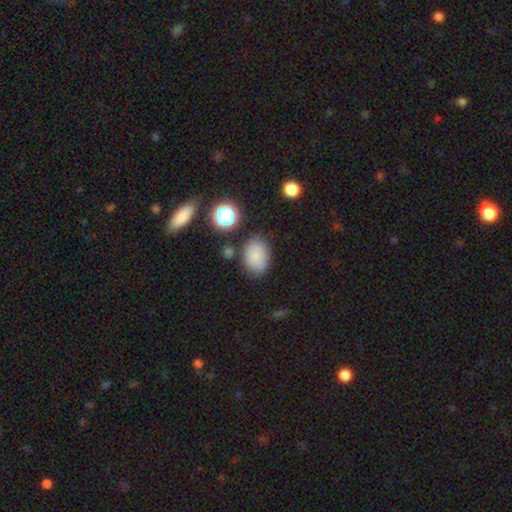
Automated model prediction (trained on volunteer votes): smooth-or-featured: smooth: 81% | star or artifact: 12% | featured or disk: 8%
  how-rounded: in between: 79% | round: 20% | cigar-shaped: 1%
  merging: none: 77% | minor disturbance: 14% | major disturbance: 4% | merger: 4%